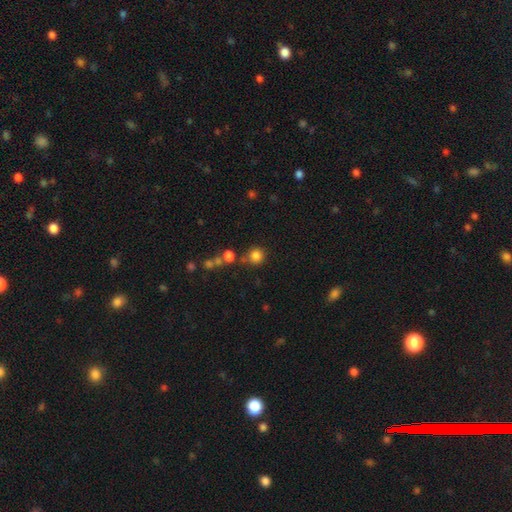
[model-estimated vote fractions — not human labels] Morphology: type=smooth (81%); roundness=round (92%); merging=none (76%).